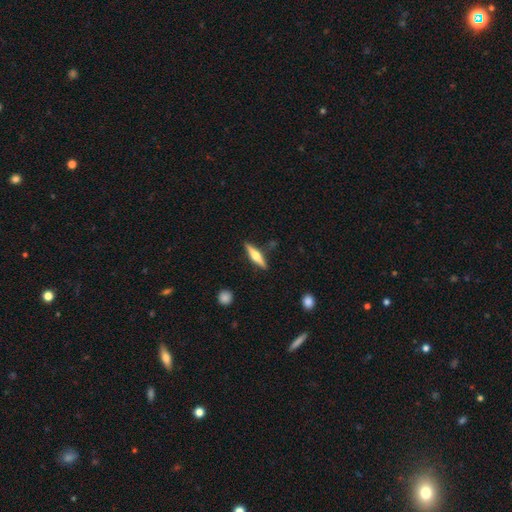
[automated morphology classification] A featured or disk galaxy (62%) viewed edge-on (97%) with a rounded central bulge (94%). Merging: none (88%).